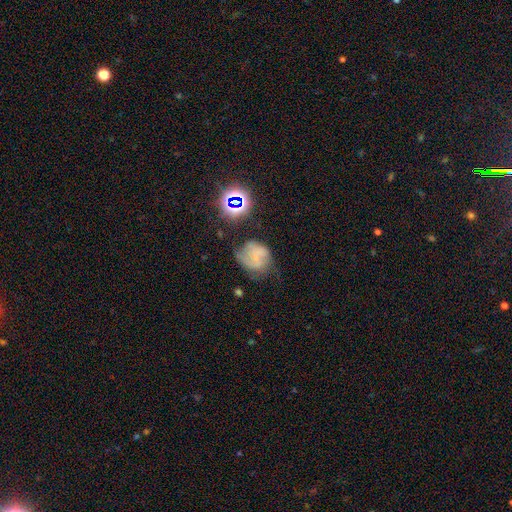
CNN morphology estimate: Smooth or featured? Predicted: featured or disk (p=0.46). Merging? Predicted: none (p=0.44).